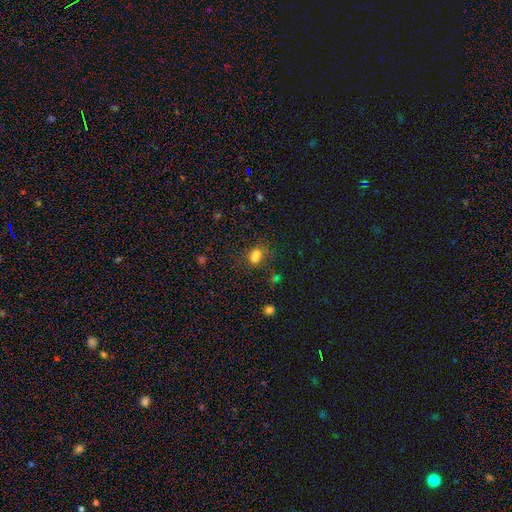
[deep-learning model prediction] smooth-or-featured: smooth: 65% | star or artifact: 22% | featured or disk: 12%
  how-rounded: round: 50% | in between: 48% | cigar-shaped: 2%
  merging: none: 43% | merger: 41% | minor disturbance: 11% | major disturbance: 5%